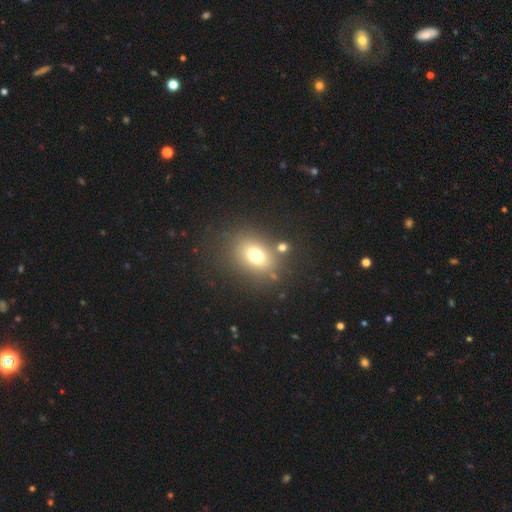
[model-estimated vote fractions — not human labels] This is likely a smooth galaxy (73%). How rounded: likely in between (61%). Merging: likely none (76%).